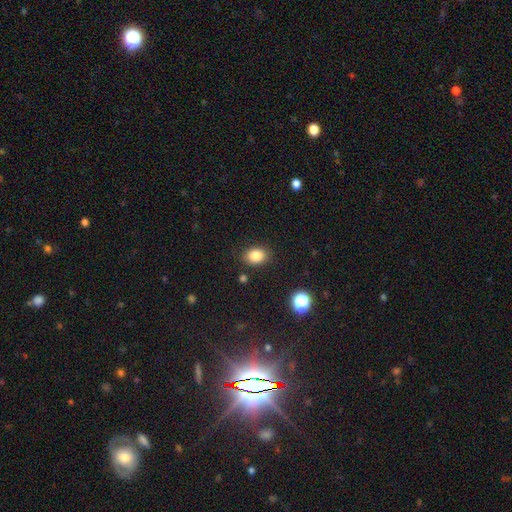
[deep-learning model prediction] Morphology: type=smooth (84%); roundness=in between (68%); merging=none (86%).